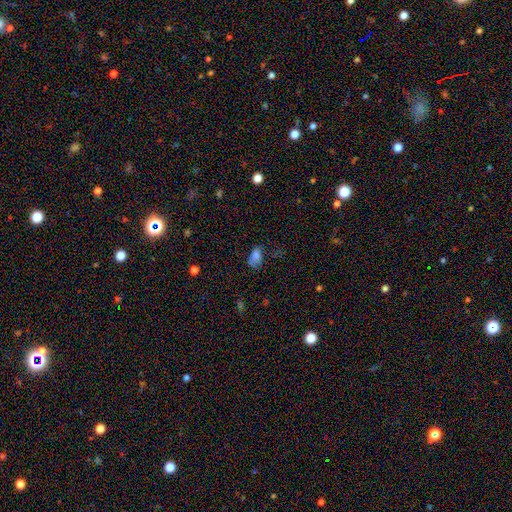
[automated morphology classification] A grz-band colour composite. It shows a smooth galaxy with no disk features (72%) that is in between round and cigar-shaped (85%). Merging: none (41%).